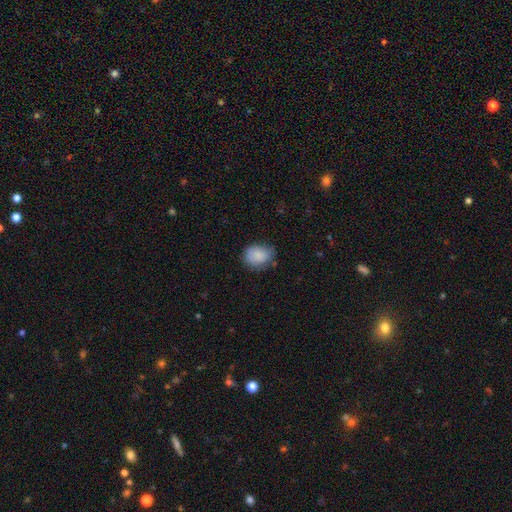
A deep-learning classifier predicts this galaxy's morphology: smooth 85%, star or artifact 8%, featured or disk 7%. Down the decision tree: how rounded — in between (59%); merging — none (65%).